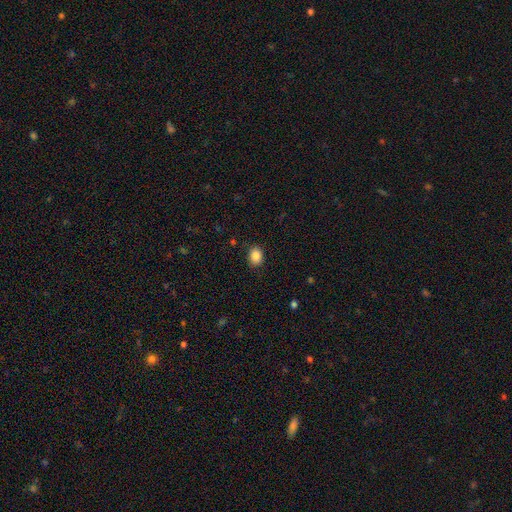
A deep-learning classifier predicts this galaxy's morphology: Smooth or featured? Predicted: smooth (p=0.87). How rounded? Predicted: in between (p=0.55). Merging? Predicted: none (p=0.85).